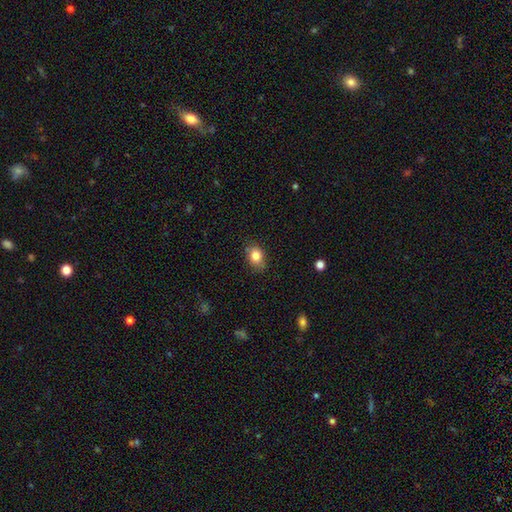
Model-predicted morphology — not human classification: This is clearly a smooth galaxy (82%). How rounded: likely in between (62%). Merging: clearly none (81%).